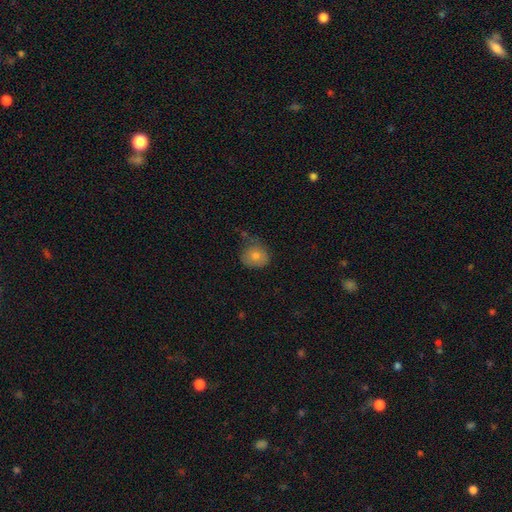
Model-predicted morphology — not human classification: This appears to be a smooth galaxy with no disk features (77%) that is round (76%). Merging: none (55%).